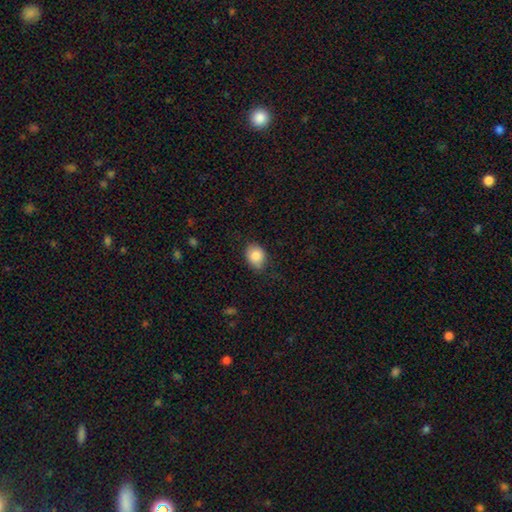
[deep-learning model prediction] Morphology: type=smooth (84%); roundness=in between (61%); merging=none (75%).